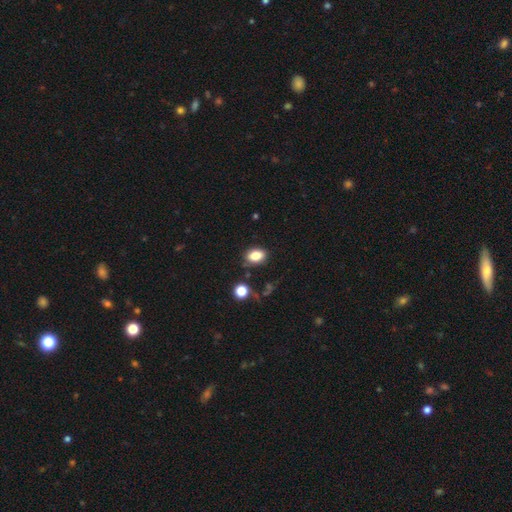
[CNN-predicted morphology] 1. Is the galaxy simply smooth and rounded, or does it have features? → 83% smooth, 10% star or artifact, 7% featured or disk.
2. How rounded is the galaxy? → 81% in between, 18% round, 2% cigar-shaped.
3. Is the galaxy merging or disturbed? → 81% none, 12% minor disturbance, 4% merger, 3% major disturbance.